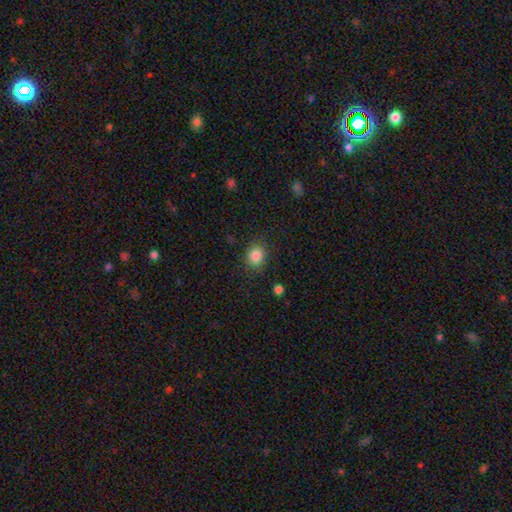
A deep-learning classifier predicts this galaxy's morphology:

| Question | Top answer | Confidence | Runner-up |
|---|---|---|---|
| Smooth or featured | smooth | 84% | star or artifact (10%) |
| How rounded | round | 65% | in between (34%) |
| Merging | none | 85% | minor disturbance (10%) |